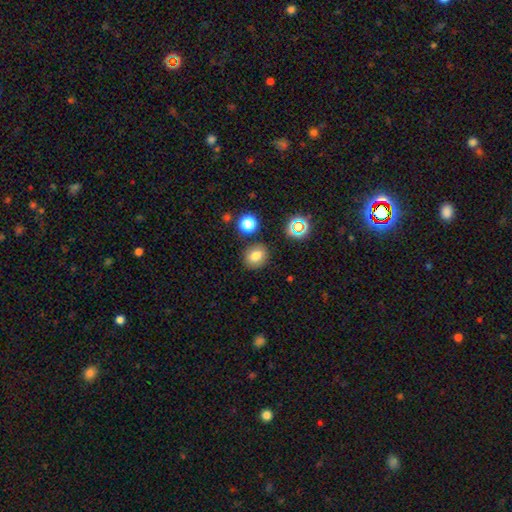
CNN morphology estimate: smooth-or-featured: smooth: 76% | star or artifact: 15% | featured or disk: 9%
  how-rounded: round: 62% | in between: 37% | cigar-shaped: 1%
  merging: none: 82% | minor disturbance: 10% | merger: 5% | major disturbance: 3%